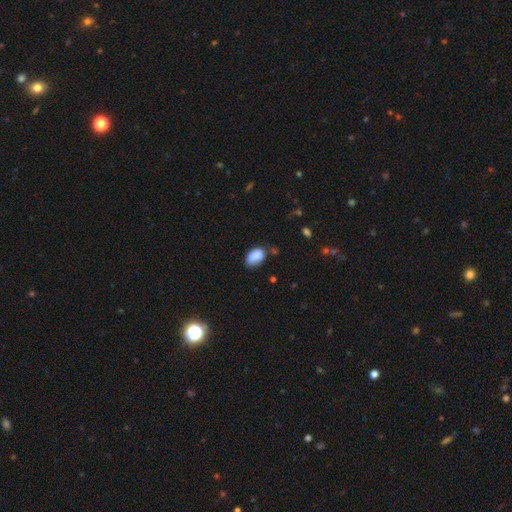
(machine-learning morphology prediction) Smooth or featured: smooth — 86% (star or artifact — 8%)
How rounded: in between — 88% (round — 11%)
Merging: none — 59% (minor disturbance — 30%)